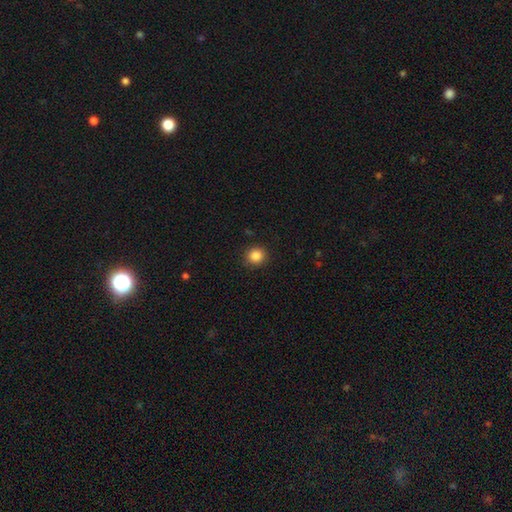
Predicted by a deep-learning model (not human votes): Morphology: type=smooth (86%); roundness=round (91%); merging=none (90%).